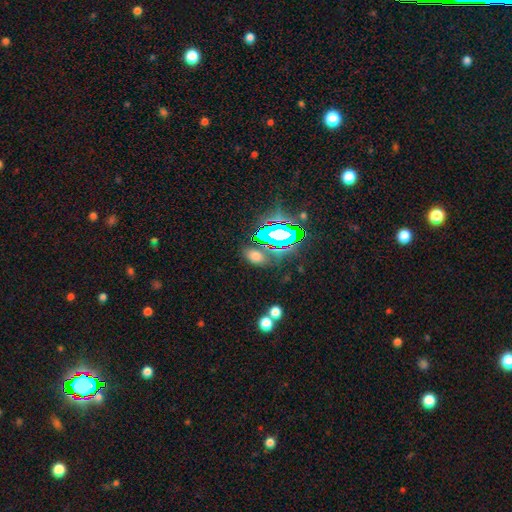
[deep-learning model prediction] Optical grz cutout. It shows a smooth galaxy with no disk features (59%) that is in between round and cigar-shaped (78%). Merging: none (75%).